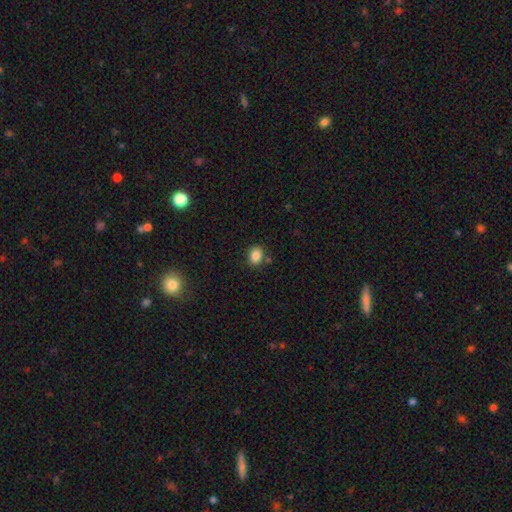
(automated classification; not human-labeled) A smooth galaxy with no disk features (85%) that is in between round and cigar-shaped (62%). Merging: none (79%).